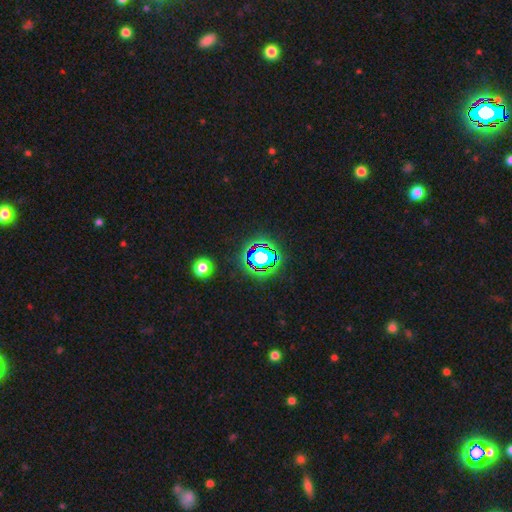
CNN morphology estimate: type=star or artifact (78%).